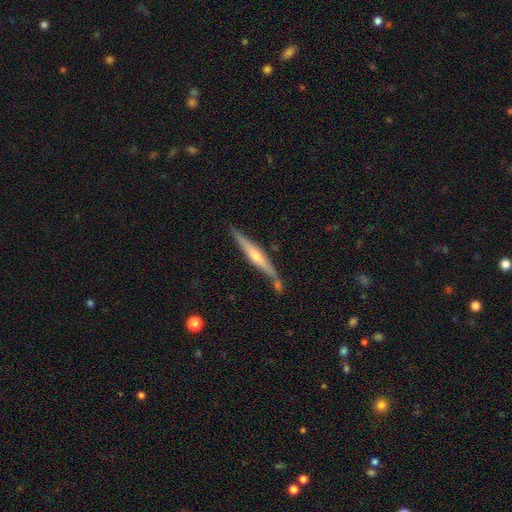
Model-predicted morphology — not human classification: Overall: featured or disk (66%; smooth 29%). Edge-on disk: yes (96%). Edge-on bulge: rounded (73%). Merging: none (74%).